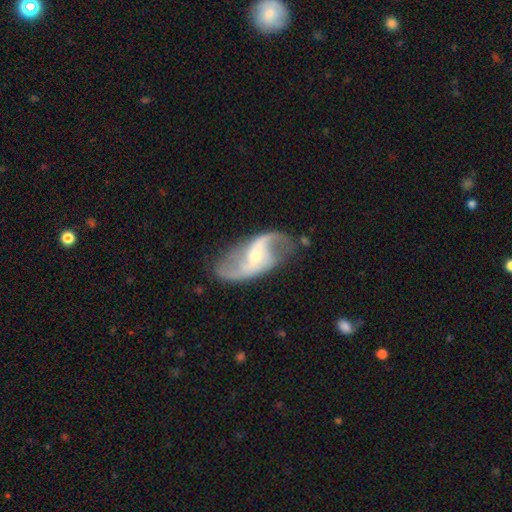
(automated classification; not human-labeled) Q: Smooth or featured?
A: featured or disk (88%); runner-up: smooth (7%)
Q: Edge-on disk?
A: no (96%); runner-up: yes (4%)
Q: Bar?
A: weak (42%); runner-up: no (37%)
Q: Spiral arms?
A: yes (96%); runner-up: no (4%)
Q: Spiral winding?
A: loose (64%); runner-up: medium (29%)
Q: Spiral arm count?
A: 2 (91%); runner-up: can't tell (3%)
Q: Bulge size?
A: small (51%); runner-up: moderate (44%)
Q: Merging?
A: none (73%); runner-up: minor disturbance (17%)